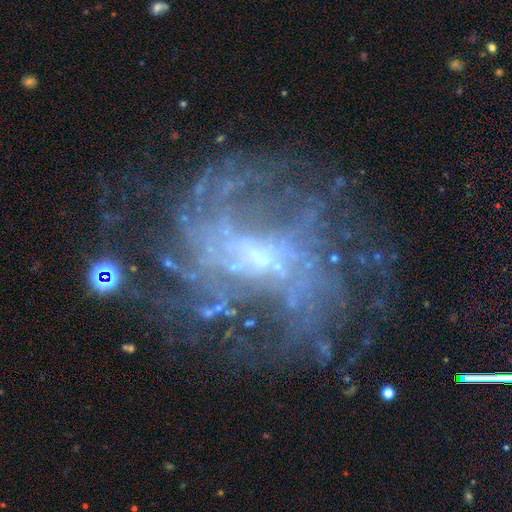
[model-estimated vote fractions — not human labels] The model was most divided on "spiral winding": medium: 39%, tight: 34%, loose: 28%. Remaining: edge-on disk — no (97%); spiral arms — yes (84%); smooth or featured — featured or disk (82%); bulge size — small (59%); merging — none (58%); bar — weak (50%); spiral arm count — can't tell (44%).